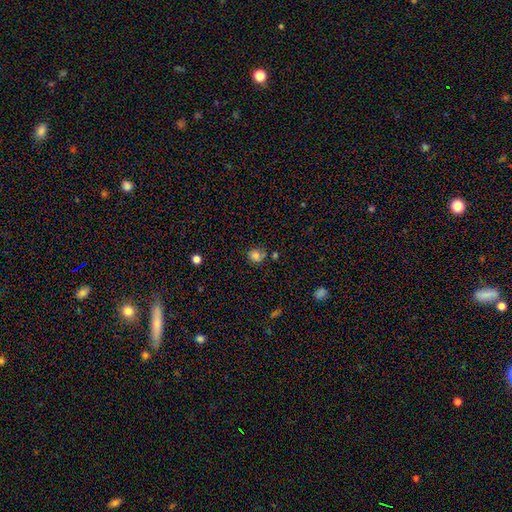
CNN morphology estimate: Smooth or featured: smooth — 75% (star or artifact — 15%)
How rounded: round — 78% (in between — 21%)
Merging: none — 64% (minor disturbance — 20%)